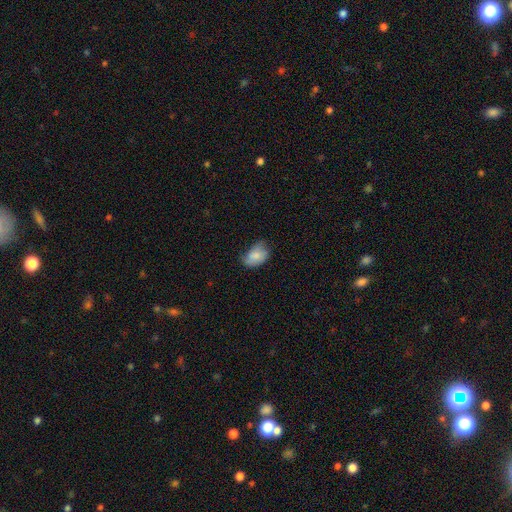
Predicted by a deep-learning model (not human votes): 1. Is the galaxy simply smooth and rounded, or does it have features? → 78% smooth, 14% featured or disk, 7% star or artifact.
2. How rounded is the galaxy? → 85% in between, 14% round, 1% cigar-shaped.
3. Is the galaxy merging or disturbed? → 45% none, 40% minor disturbance, 13% major disturbance, 2% merger.